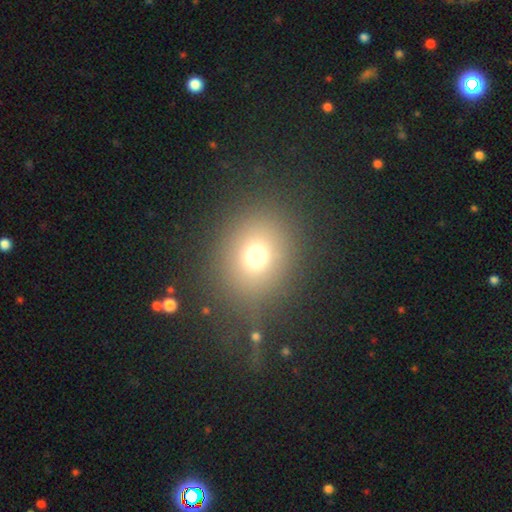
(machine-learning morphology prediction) Smooth or featured? smooth (71%)
How rounded? round (72%)
Merging? none (79%)